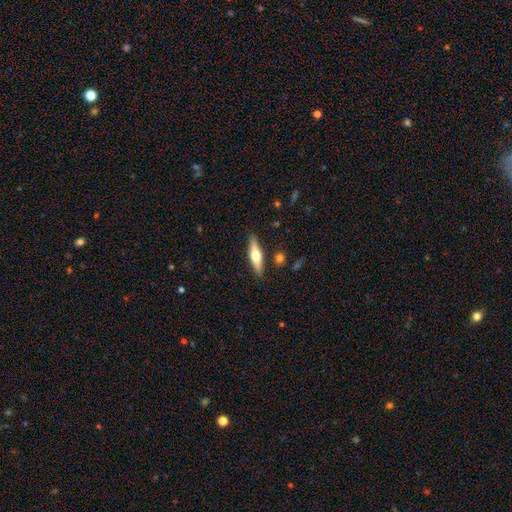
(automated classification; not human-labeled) This is possibly a featured or disk galaxy (50%). Merging: clearly none (87%).